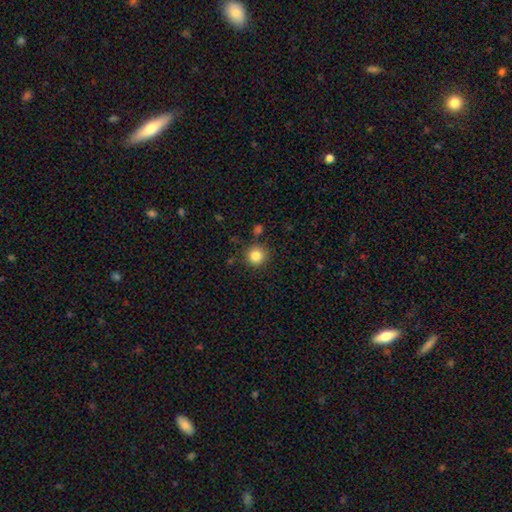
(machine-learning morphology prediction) type=smooth (84%); roundness=round (94%); merging=none (86%).